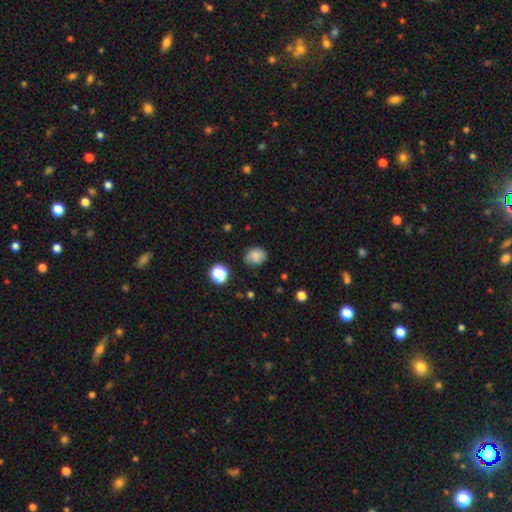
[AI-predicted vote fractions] smooth-or-featured: smooth: 72% | featured or disk: 15% | star or artifact: 13%
  how-rounded: round: 55% | in between: 44% | cigar-shaped: 1%
  merging: none: 60% | minor disturbance: 27% | major disturbance: 9% | merger: 4%